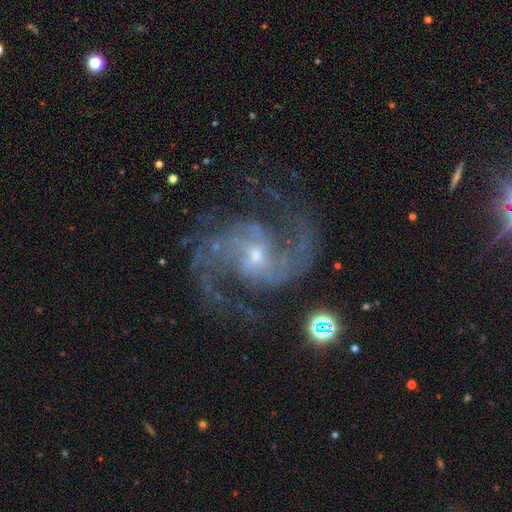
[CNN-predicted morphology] This appears to be a featured or disk galaxy (91%) with a weak bar (46%), 2 (88%) medium (49%) spiral arms (98%) and a small central bulge (66%). Merging: none (69%).